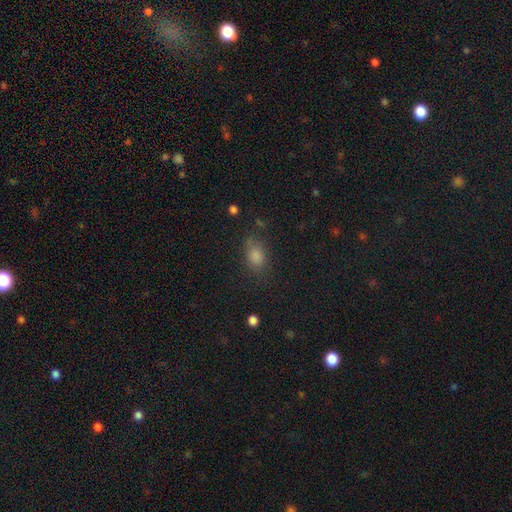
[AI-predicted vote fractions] The model was most divided on "how rounded": in between: 73%, round: 24%, cigar-shaped: 3%. More confident: smooth or featured — smooth (74%); merging — none (74%).